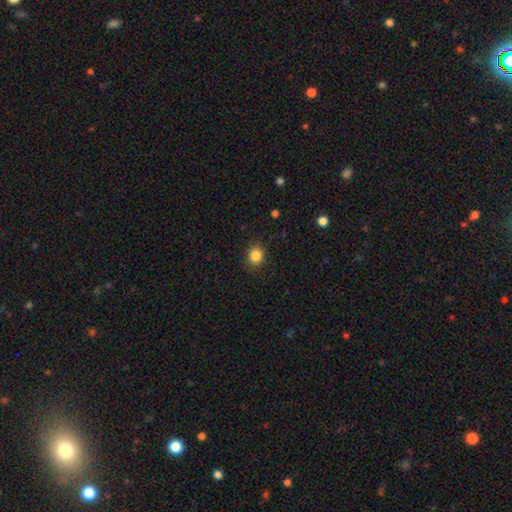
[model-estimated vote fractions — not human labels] A smooth galaxy with no disk features (85%) that is round (76%). Merging: none (88%).